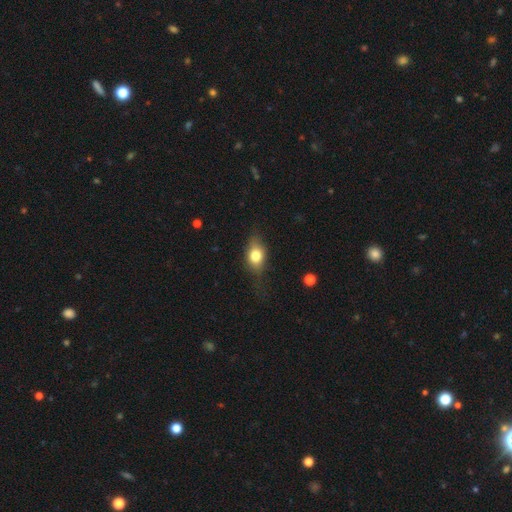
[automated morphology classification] Q: Smooth or featured?
A: smooth (71%); runner-up: featured or disk (20%)
Q: How rounded?
A: in between (66%); runner-up: round (29%)
Q: Merging?
A: none (63%); runner-up: minor disturbance (25%)